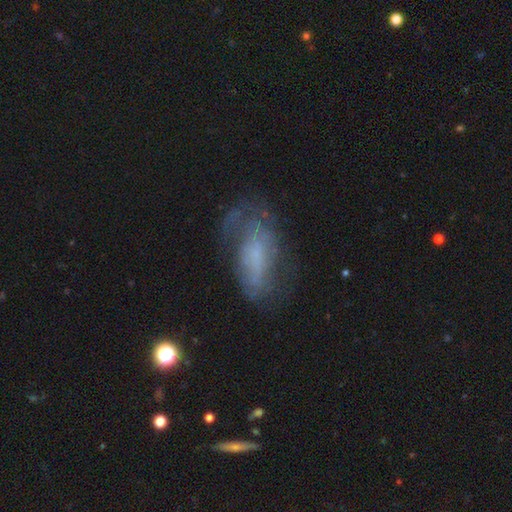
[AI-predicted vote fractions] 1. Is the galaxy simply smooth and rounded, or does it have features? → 52% featured or disk, 37% smooth, 11% star or artifact.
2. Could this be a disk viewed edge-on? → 90% no, 10% yes.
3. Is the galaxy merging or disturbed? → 50% none, 25% minor disturbance, 22% major disturbance, 2% merger.